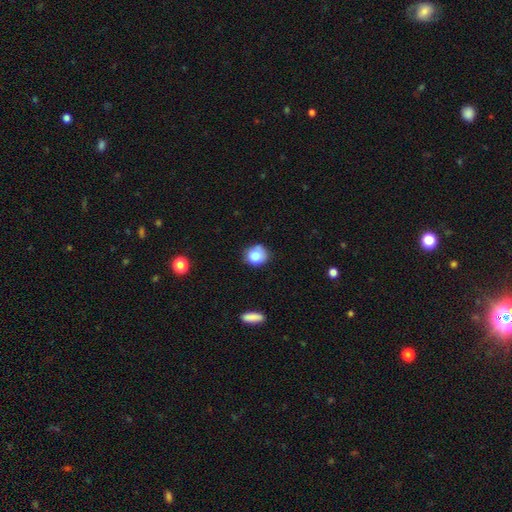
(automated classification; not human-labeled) The model was most divided on "merging": none: 70%, minor disturbance: 20%, merger: 5%, major disturbance: 4%. More confident: smooth or featured — smooth (81%); how rounded — round (80%).